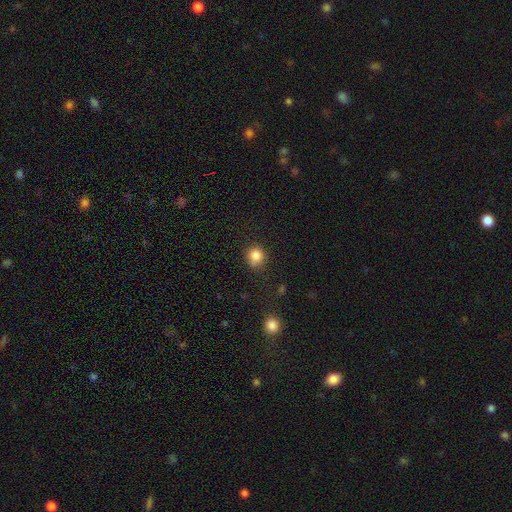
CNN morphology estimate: smooth_or_featured: smooth (p=0.84) [alt: star or artifact p=0.11]
how_rounded: round (p=0.83) [alt: in between p=0.16]
merging: none (p=0.74) [alt: minor disturbance p=0.18]